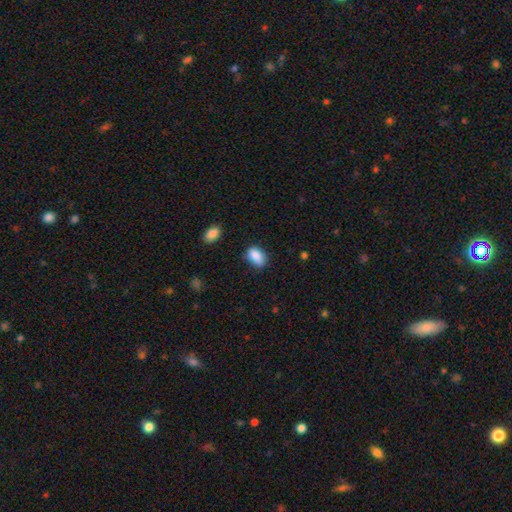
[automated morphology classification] This appears to be a smooth galaxy with no disk features (86%) that is in between round and cigar-shaped (87%). Merging: none (68%).